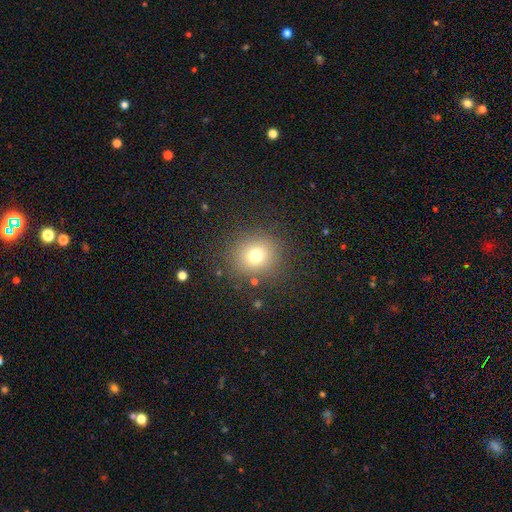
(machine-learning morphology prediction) A smooth galaxy with no disk features (72%) that is round (87%). Merging: none (85%).